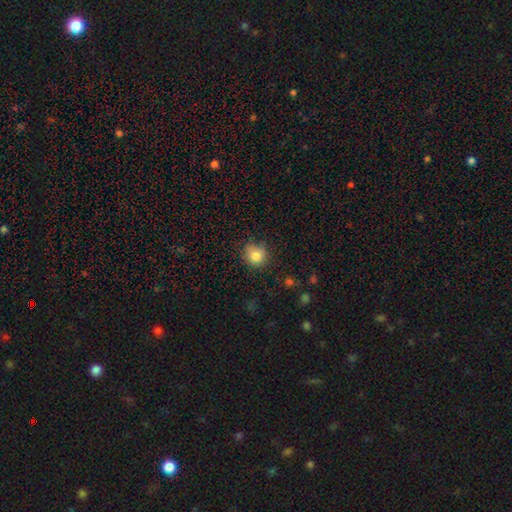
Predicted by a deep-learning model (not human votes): smooth 83%, star or artifact 11%, featured or disk 7%. Down the decision tree: how rounded — round (83%); merging — none (76%).